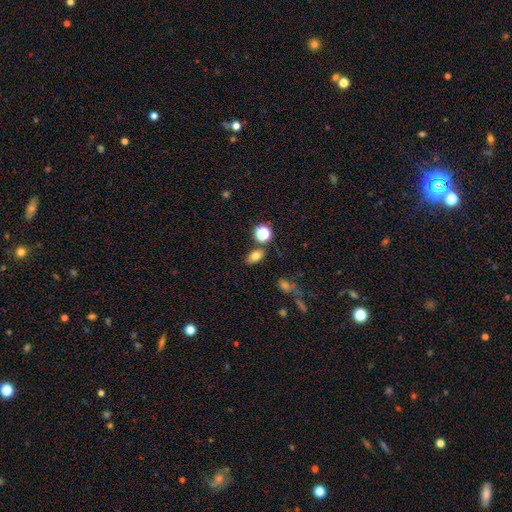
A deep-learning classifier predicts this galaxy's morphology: smooth 74%, star or artifact 15%, featured or disk 11%. Down the decision tree: how rounded — in between (78%); merging — none (78%).